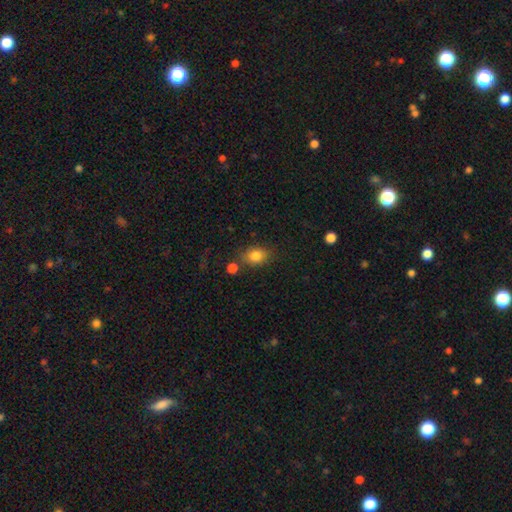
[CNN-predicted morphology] Overall: smooth (83%). How rounded: in between (66%; round 32%). Merging: none (74%).